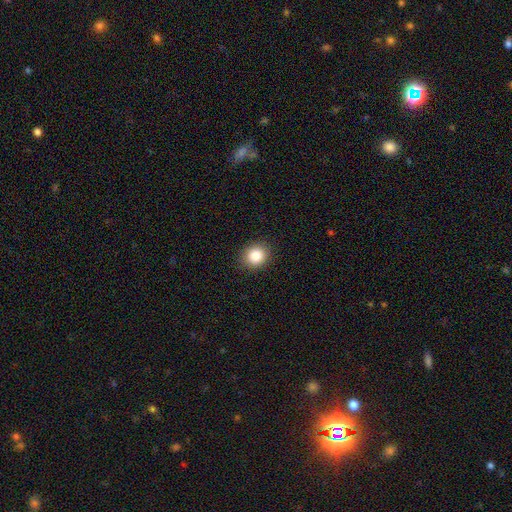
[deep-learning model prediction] smooth-or-featured: smooth: 87% | star or artifact: 9% | featured or disk: 4%
  how-rounded: round: 75% | in between: 24% | cigar-shaped: 1%
  merging: none: 89% | minor disturbance: 7% | major disturbance: 2% | merger: 1%